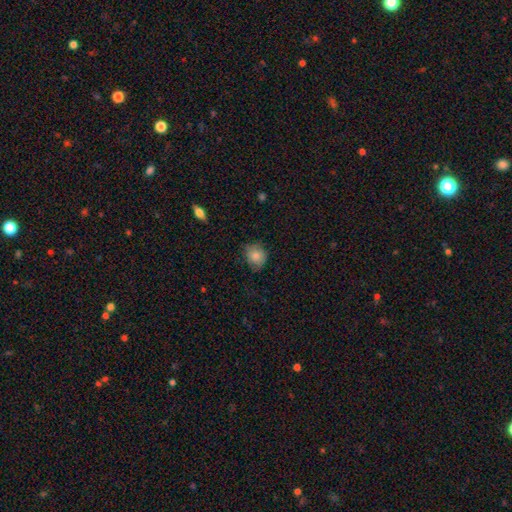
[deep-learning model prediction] This appears to be a smooth galaxy with no disk features (83%) that is round (73%). Merging: none (74%).